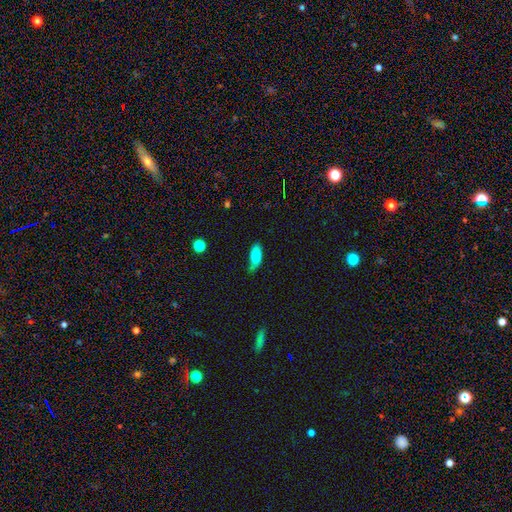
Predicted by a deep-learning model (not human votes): Q: Smooth or featured?
A: smooth (84%); runner-up: featured or disk (8%)
Q: How rounded?
A: in between (81%); runner-up: cigar-shaped (16%)
Q: Merging?
A: none (52%); runner-up: minor disturbance (35%)